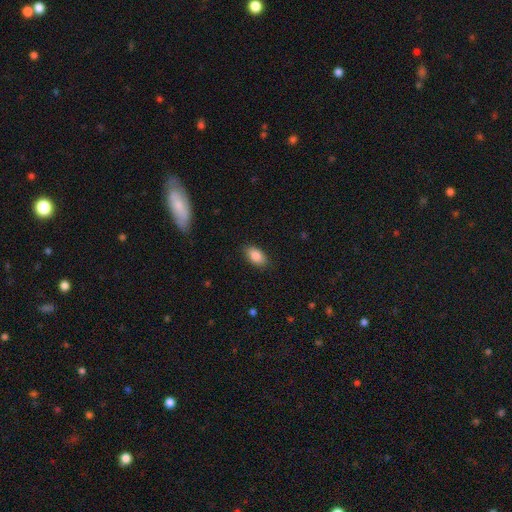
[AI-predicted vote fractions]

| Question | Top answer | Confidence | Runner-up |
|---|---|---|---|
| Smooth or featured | smooth | 86% | star or artifact (7%) |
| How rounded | in between | 91% | round (6%) |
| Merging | none | 86% | minor disturbance (10%) |